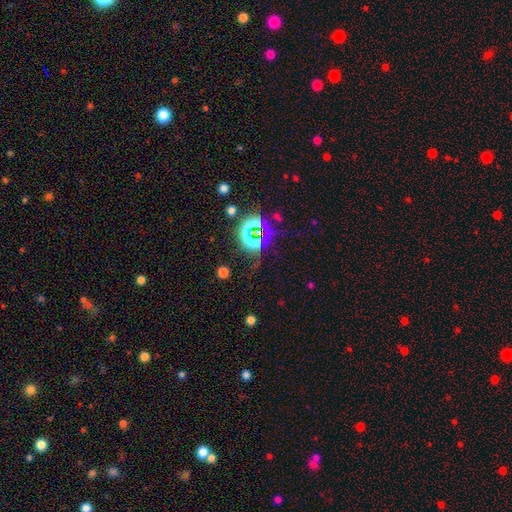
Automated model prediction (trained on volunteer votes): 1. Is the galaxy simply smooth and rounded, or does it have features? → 75% star or artifact, 14% smooth, 11% featured or disk.